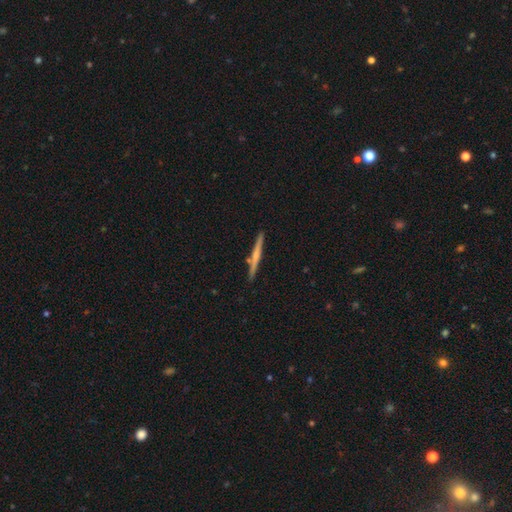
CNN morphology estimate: Smooth or featured? featured or disk (51%)
Edge-on disk? yes (97%)
Merging? none (86%)